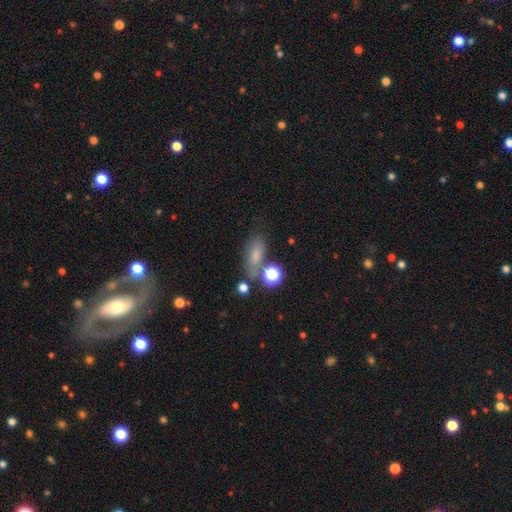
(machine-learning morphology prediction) This is likely a smooth galaxy (68%). How rounded: likely in between (73%). Merging: possibly none (57%).